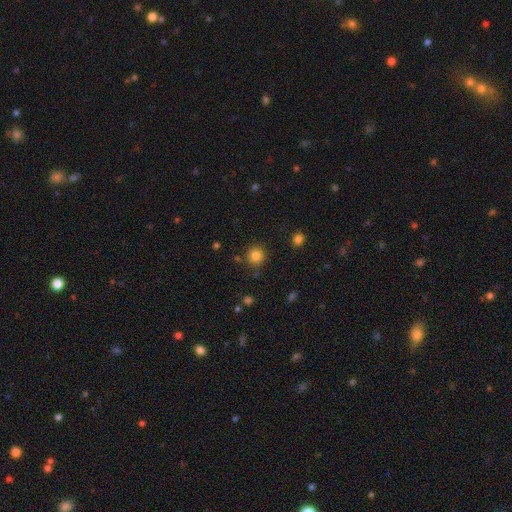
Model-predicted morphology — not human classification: type=smooth (83%); roundness=round (91%); merging=none (86%).